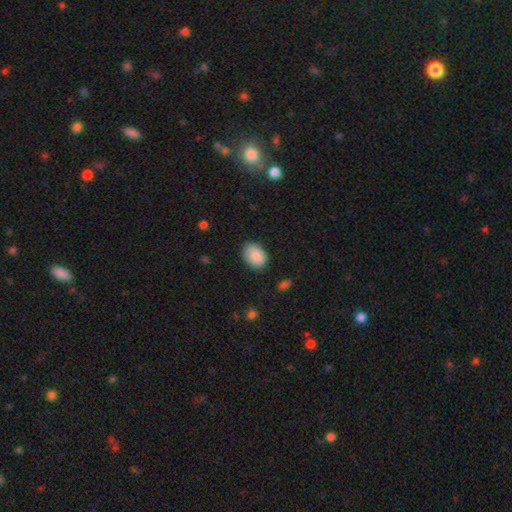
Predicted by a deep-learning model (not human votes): Smooth or featured? Predicted: smooth (p=0.88). How rounded? Predicted: in between (p=0.78). Merging? Predicted: none (p=0.80).